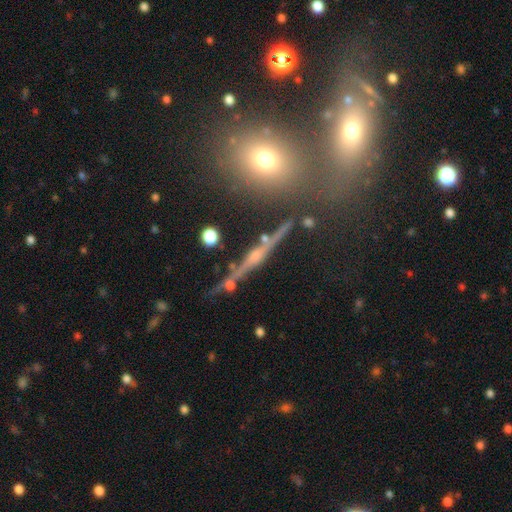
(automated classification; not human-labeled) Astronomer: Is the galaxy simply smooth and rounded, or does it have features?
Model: featured or disk — 54%.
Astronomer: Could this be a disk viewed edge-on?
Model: yes — 81%.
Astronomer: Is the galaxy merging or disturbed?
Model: none — 73%.